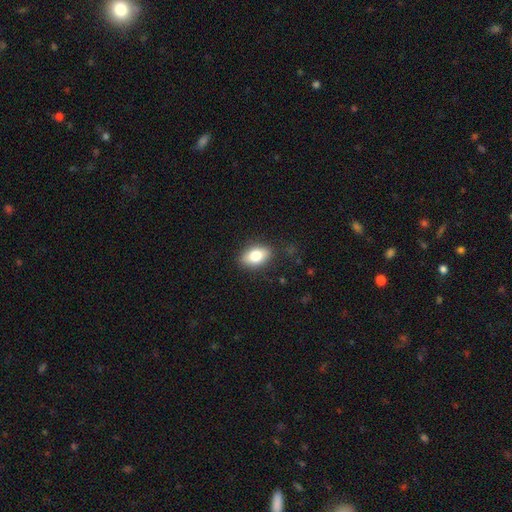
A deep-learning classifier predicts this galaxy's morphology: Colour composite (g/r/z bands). It shows a smooth galaxy with no disk features (79%) that is in between round and cigar-shaped (87%). Merging: none (85%).